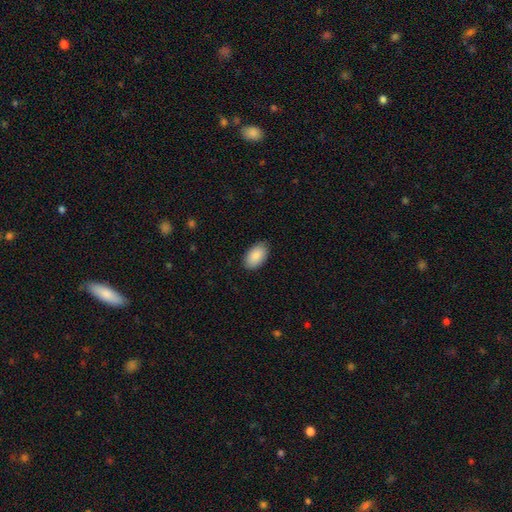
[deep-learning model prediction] Overall: smooth (89%). How rounded: in between (95%). Merging: none (86%).